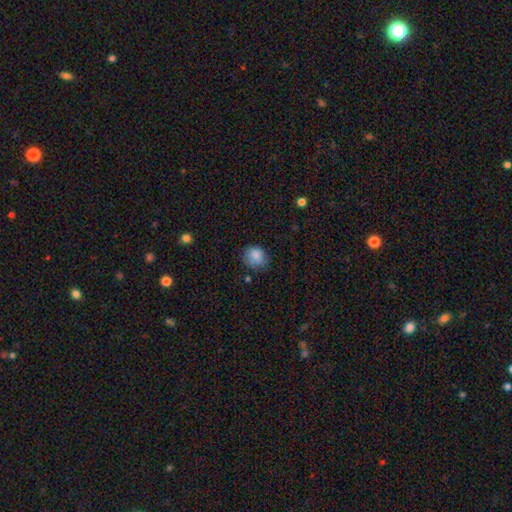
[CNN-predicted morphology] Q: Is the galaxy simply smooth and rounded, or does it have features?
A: smooth — 84%.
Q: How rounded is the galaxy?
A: round — 63%.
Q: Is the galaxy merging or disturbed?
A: none — 71%.